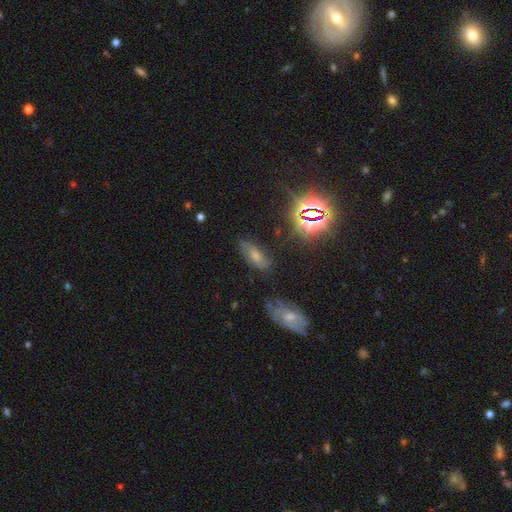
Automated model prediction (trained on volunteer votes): featured or disk 43%, smooth 35%, star or artifact 21%. Down the decision tree: merging — none (66%).